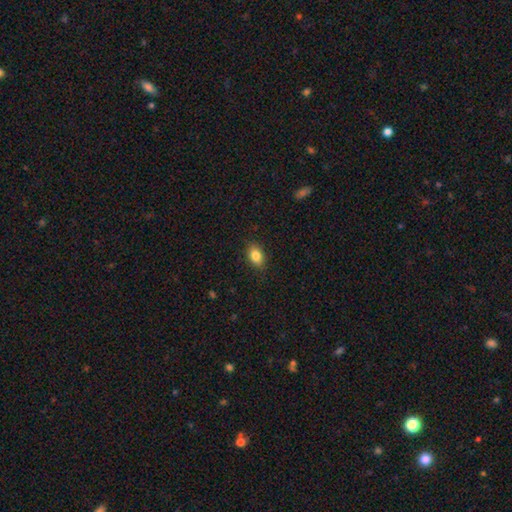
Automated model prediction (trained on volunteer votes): smooth_or_featured: smooth (p=0.85) [alt: star or artifact p=0.09]
how_rounded: in between (p=0.81) [alt: round p=0.18]
merging: none (p=0.87) [alt: minor disturbance p=0.10]